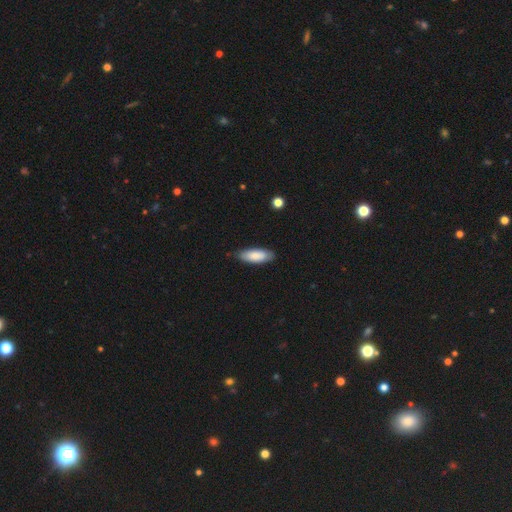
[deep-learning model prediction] Overall: smooth (85%). How rounded: in between (70%). Merging: none (84%).